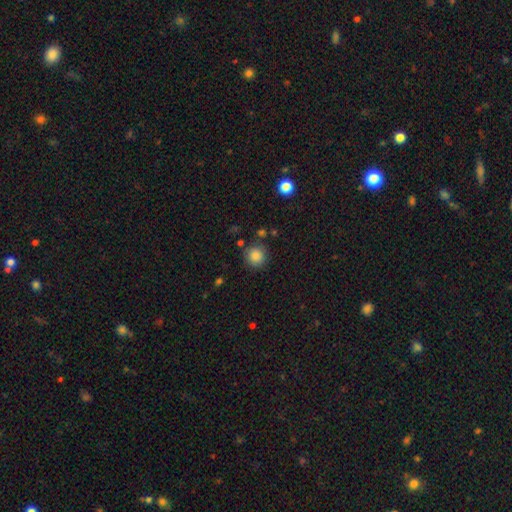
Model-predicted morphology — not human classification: Q: Smooth or featured?
A: smooth (85%); runner-up: star or artifact (10%)
Q: How rounded?
A: round (91%); runner-up: in between (8%)
Q: Merging?
A: none (83%); runner-up: minor disturbance (9%)